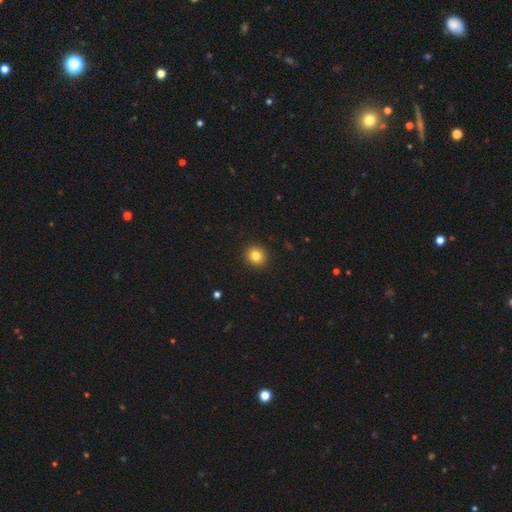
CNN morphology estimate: The model was most divided on "smooth or featured": smooth: 82%, star or artifact: 11%, featured or disk: 7%. More confident: merging — none (93%); how rounded — round (89%).